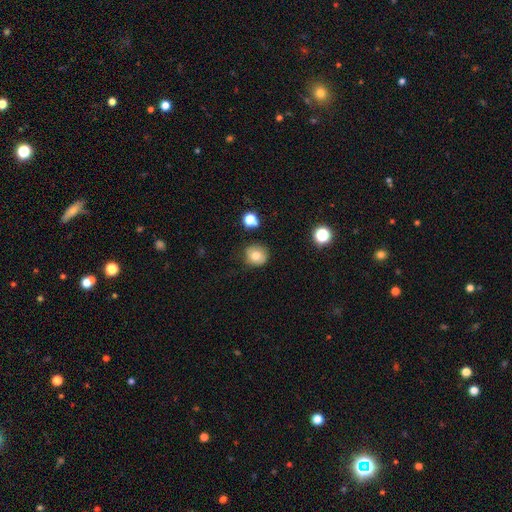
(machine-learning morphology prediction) Smooth or featured?
  - smooth: 76% *
  - featured or disk: 13%
  - star or artifact: 11%
How rounded?
  - round: 83% *
  - in between: 16%
  - cigar-shaped: 1%
Merging?
  - none: 77% *
  - minor disturbance: 16%
  - major disturbance: 4%
  - merger: 3%